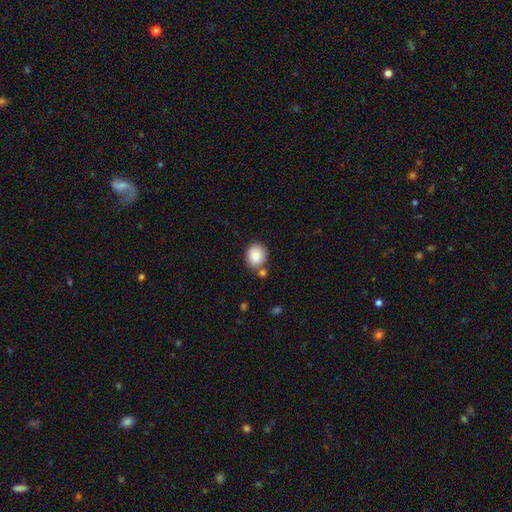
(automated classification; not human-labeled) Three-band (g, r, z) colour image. It shows a smooth galaxy with no disk features (88%) that is round (63%). Merging: none (69%).